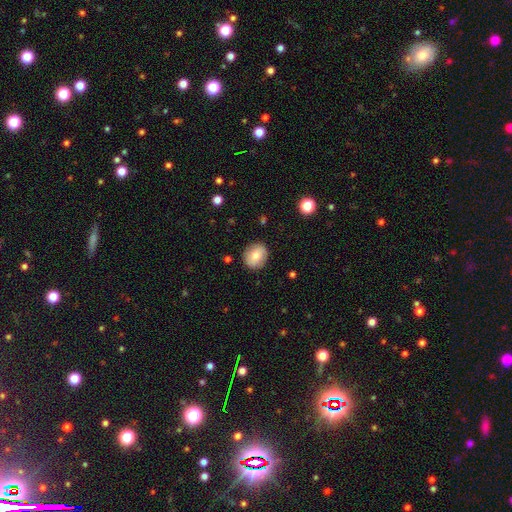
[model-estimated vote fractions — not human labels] smooth_or_featured: smooth (p=0.74) [alt: featured or disk p=0.18]
how_rounded: round (p=0.75) [alt: in between p=0.24]
merging: none (p=0.88) [alt: minor disturbance p=0.09]